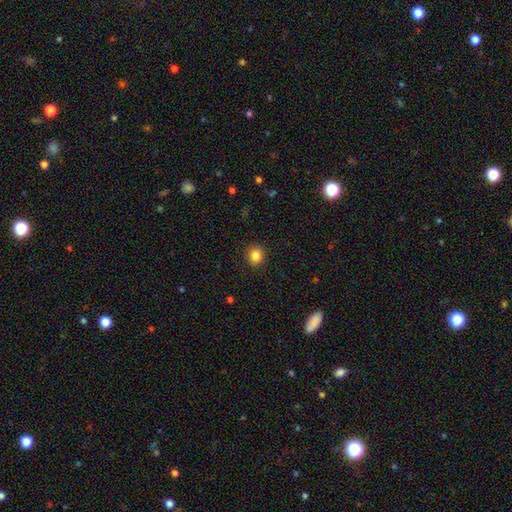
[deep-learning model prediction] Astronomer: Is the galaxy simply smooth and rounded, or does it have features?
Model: smooth — 84%.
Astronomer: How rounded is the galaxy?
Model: round — 85%.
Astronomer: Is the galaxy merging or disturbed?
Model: none — 91%.